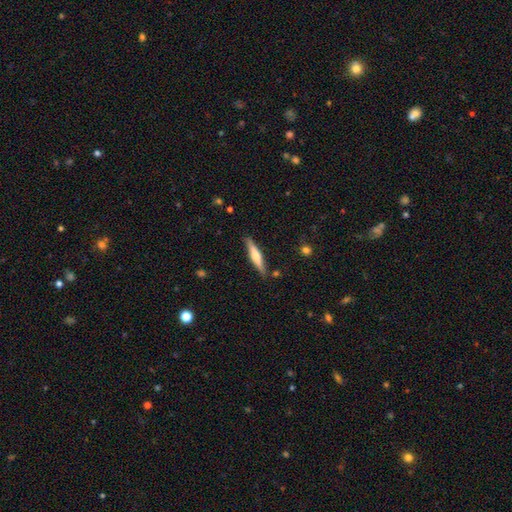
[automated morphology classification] A featured or disk galaxy (50%). Merging: none (87%).